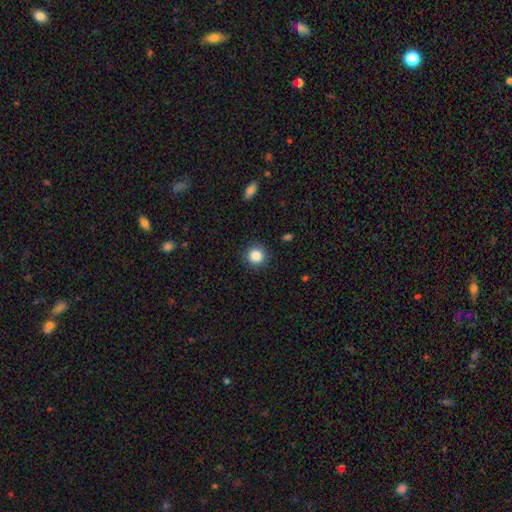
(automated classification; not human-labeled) Morphology: type=smooth (86%); roundness=round (93%); merging=none (89%).